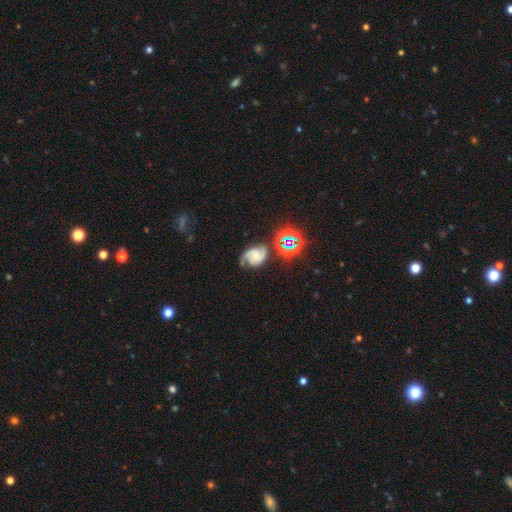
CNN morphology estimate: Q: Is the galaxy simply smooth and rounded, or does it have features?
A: featured or disk — 74%.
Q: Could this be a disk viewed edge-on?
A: no — 98%.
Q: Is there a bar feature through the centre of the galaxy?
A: no — 58%.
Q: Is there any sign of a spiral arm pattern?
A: yes — 96%.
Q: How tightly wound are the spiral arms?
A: medium — 50%.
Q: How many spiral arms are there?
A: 2 — 78%.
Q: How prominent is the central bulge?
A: small — 50%.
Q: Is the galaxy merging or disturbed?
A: none — 57%.